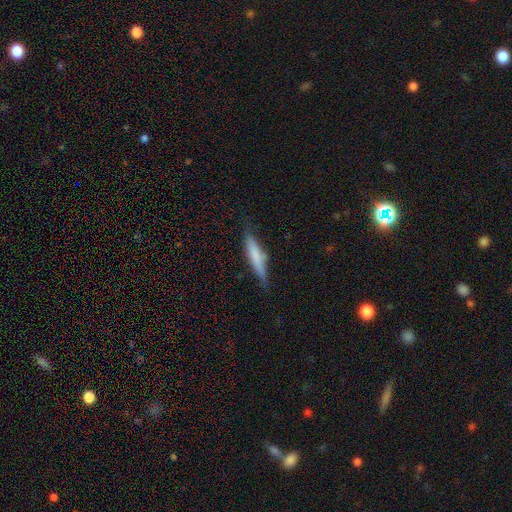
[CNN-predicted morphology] A smooth galaxy with no disk features (68%) that is cigar-shaped (85%).

Vote fractions:
- Smooth or featured? smooth: 68% / featured or disk: 26% / star or artifact: 6%
- How rounded? cigar-shaped: 85% / in between: 13% / round: 2%
- Merging? none: 74% / minor disturbance: 20% / major disturbance: 4% / merger: 2%